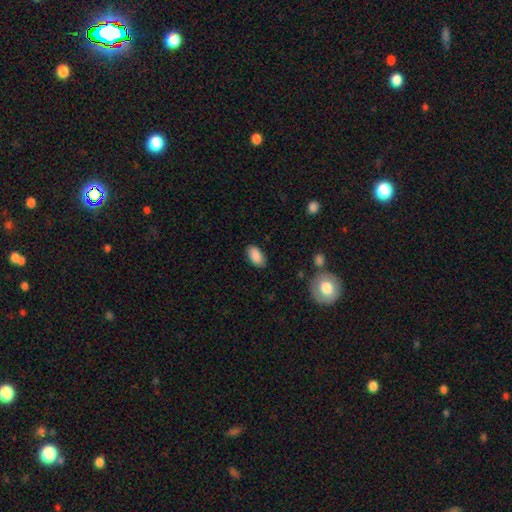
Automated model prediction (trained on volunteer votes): This appears to be a smooth galaxy with no disk features (88%) that is in between round and cigar-shaped (94%). Merging: none (84%).